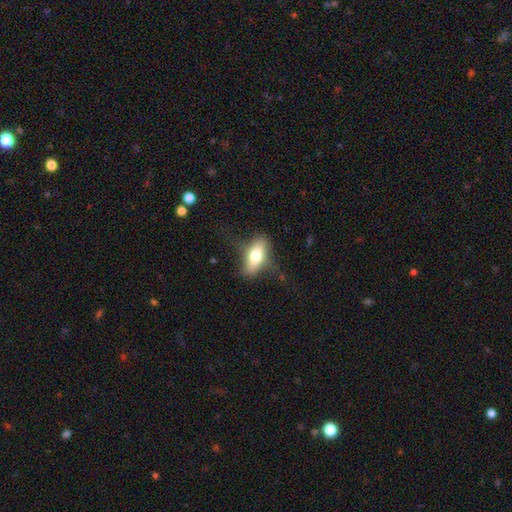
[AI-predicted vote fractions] smooth 63%, featured or disk 29%, star or artifact 7%. Down the decision tree: how rounded — in between (77%); merging — none (64%).